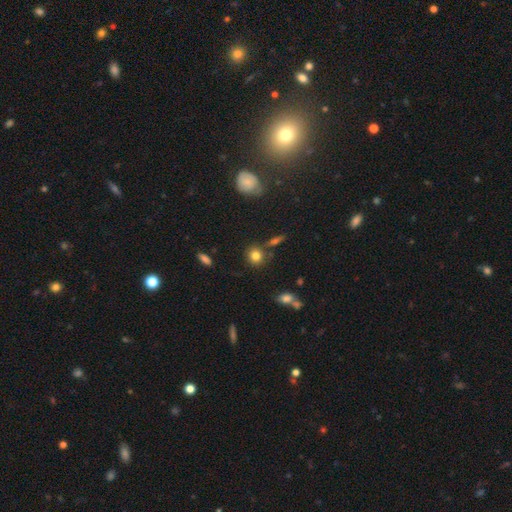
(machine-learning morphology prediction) Smooth or featured? smooth (80%)
How rounded? round (82%)
Merging? none (77%)